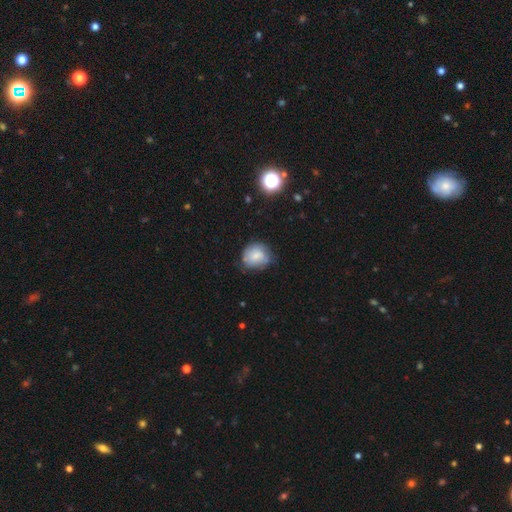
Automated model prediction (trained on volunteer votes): A smooth galaxy with no disk features (66%) that is round (77%). Merging: none (59%).